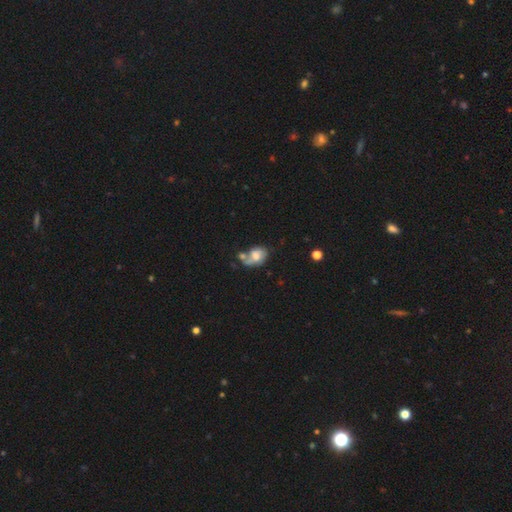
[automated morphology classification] smooth_or_featured: smooth (p=0.53) [alt: featured or disk p=0.37]
how_rounded: in between (p=0.72) [alt: round p=0.27]
merging: merger (p=0.38) [alt: none p=0.26]